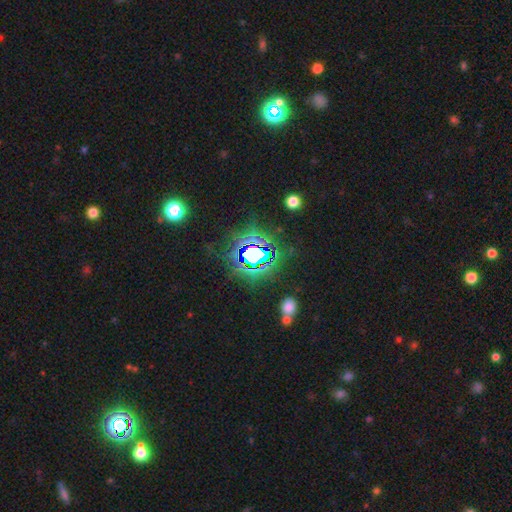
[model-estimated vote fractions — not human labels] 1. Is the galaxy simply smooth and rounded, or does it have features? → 75% star or artifact, 14% smooth, 11% featured or disk.